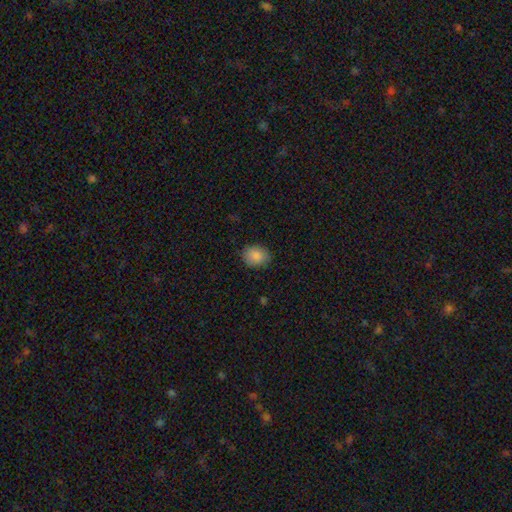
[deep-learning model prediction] Q: Smooth or featured?
A: smooth (87%); runner-up: star or artifact (8%)
Q: How rounded?
A: round (53%); runner-up: in between (46%)
Q: Merging?
A: none (85%); runner-up: minor disturbance (11%)